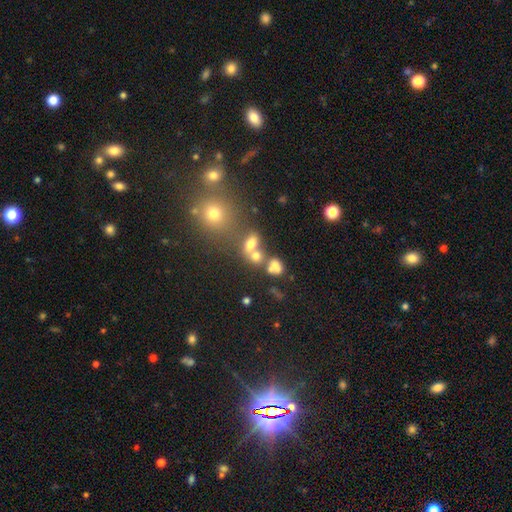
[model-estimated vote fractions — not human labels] Q: Smooth or featured?
A: smooth (65%); runner-up: star or artifact (19%)
Q: How rounded?
A: in between (50%); runner-up: round (48%)
Q: Merging?
A: merger (50%); runner-up: none (33%)